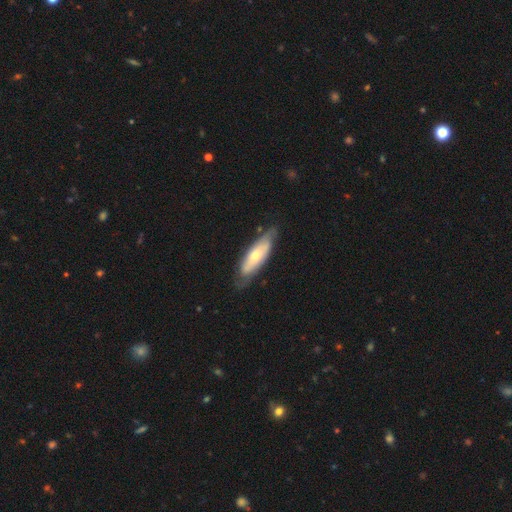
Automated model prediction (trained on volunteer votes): A featured or disk galaxy (51%).

Vote fractions:
- Smooth or featured? featured or disk: 51% / smooth: 44% / star or artifact: 5%
- Edge-on disk? no: 67% / yes: 33%
- Merging? none: 69% / minor disturbance: 23% / major disturbance: 6% / merger: 2%